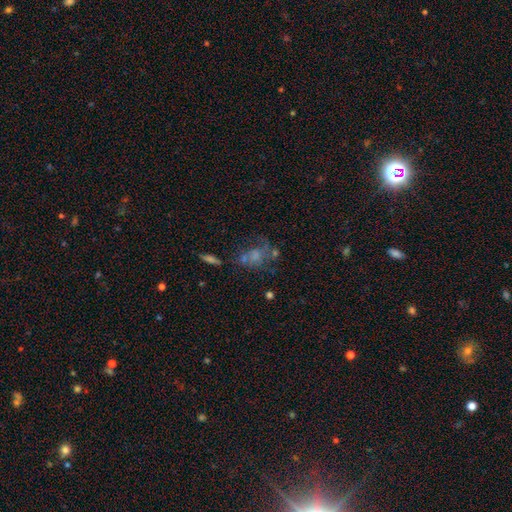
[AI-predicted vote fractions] A smooth galaxy with no disk features (47%). Merging: none (31%).